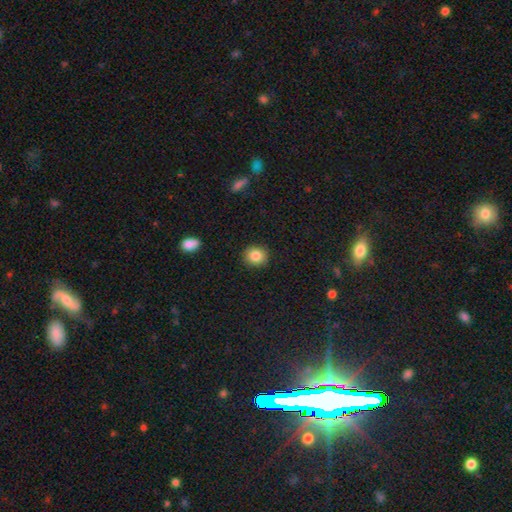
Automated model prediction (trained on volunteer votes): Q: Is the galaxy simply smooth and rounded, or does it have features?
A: smooth — 85%.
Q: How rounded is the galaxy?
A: round — 84%.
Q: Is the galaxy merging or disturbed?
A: none — 90%.